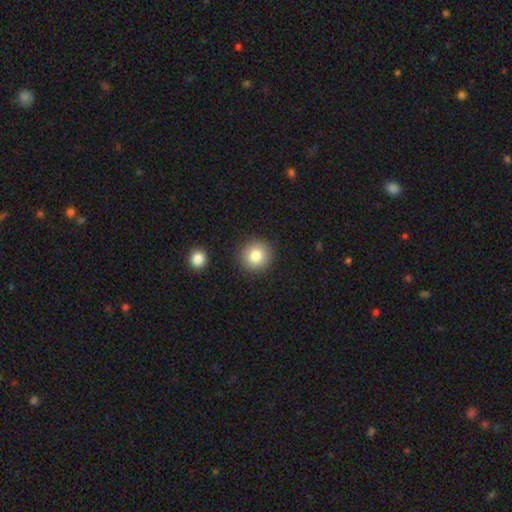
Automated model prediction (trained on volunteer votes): A smooth galaxy with no disk features (82%) that is round (93%). Merging: none (88%).